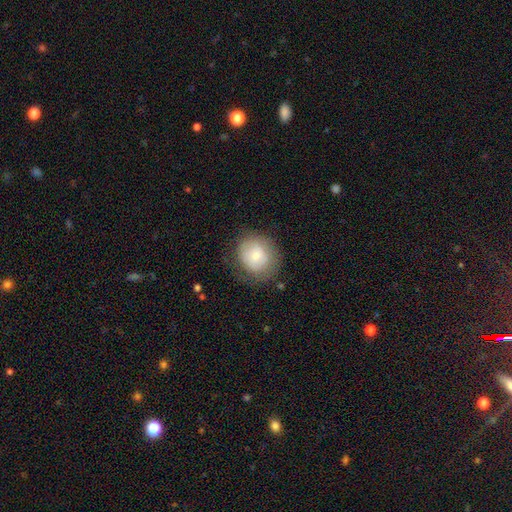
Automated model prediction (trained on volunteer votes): A smooth galaxy with no disk features (73%) that is round (81%). Merging: none (68%).